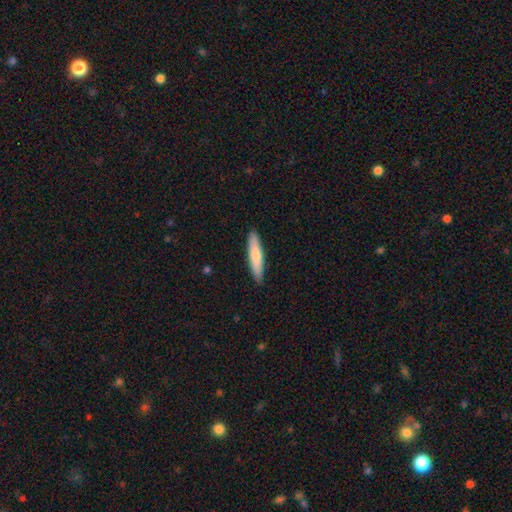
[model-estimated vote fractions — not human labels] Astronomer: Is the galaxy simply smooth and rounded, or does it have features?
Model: smooth — 71%.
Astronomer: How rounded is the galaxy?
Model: cigar-shaped — 85%.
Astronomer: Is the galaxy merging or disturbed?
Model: none — 90%.